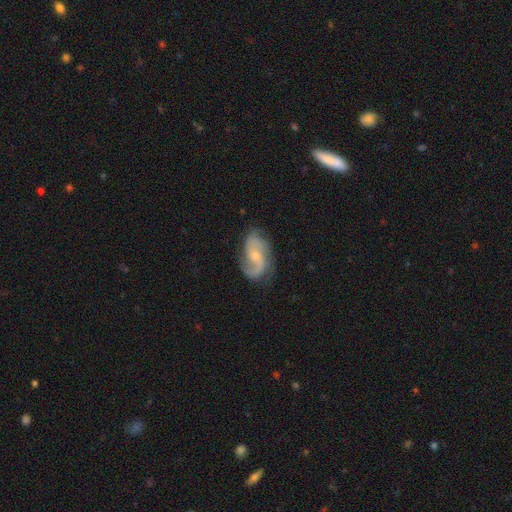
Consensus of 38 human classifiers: featured or disk 84%, smooth 11%, star or artifact 5%. Down the decision tree: edge-on disk — no (94%); bar — no (60%); spiral arms — yes (97%); spiral arm count — 2 (90%); spiral winding — loose (55%); bulge size — small (50%); merging — none (53%).